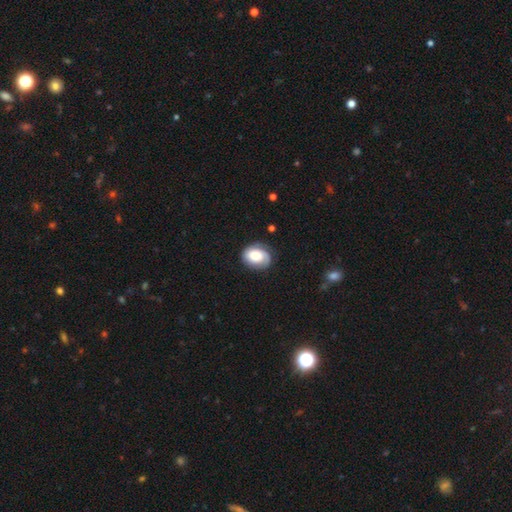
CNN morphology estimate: Smooth or featured? smooth (53%)
How rounded? in between (68%)
Merging? none (66%)